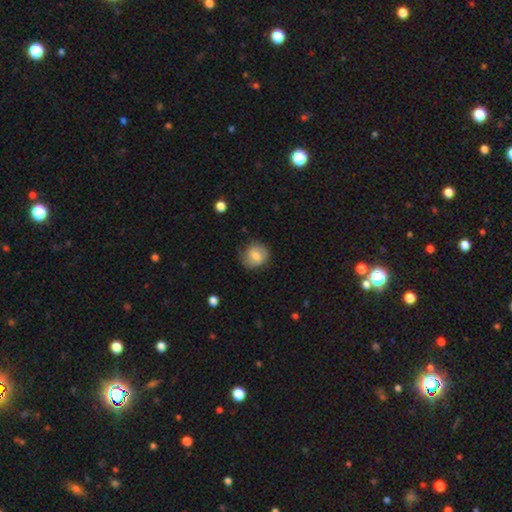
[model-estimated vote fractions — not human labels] smooth-or-featured: smooth: 76% | featured or disk: 16% | star or artifact: 8%
  how-rounded: round: 79% | in between: 20% | cigar-shaped: 1%
  merging: none: 70% | minor disturbance: 22% | major disturbance: 6% | merger: 1%